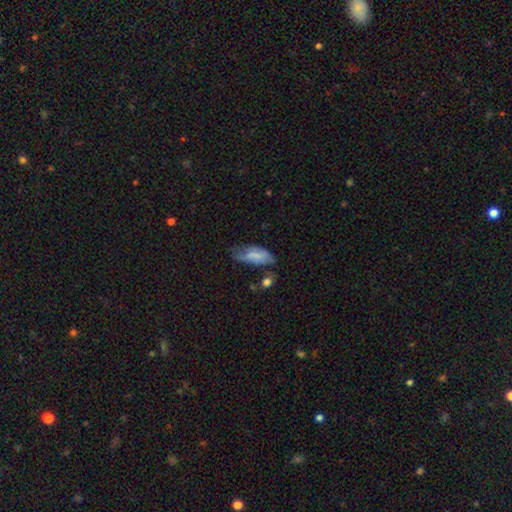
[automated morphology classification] smooth 65%, featured or disk 28%, star or artifact 7%. Down the decision tree: how rounded — in between (84%); merging — minor disturbance (38%).